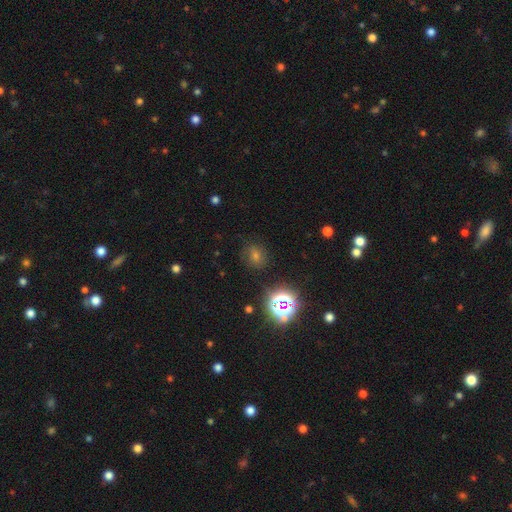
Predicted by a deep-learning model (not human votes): Morphology: type=smooth (44%); merging=none (83%).